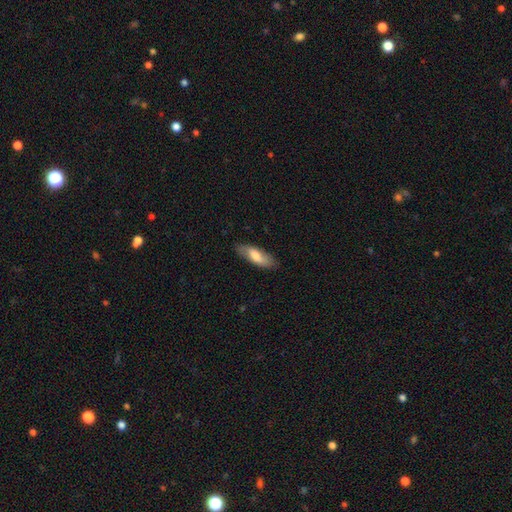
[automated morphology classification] This appears to be a smooth galaxy with no disk features (67%) that is in between round and cigar-shaped (62%). Merging: none (82%).